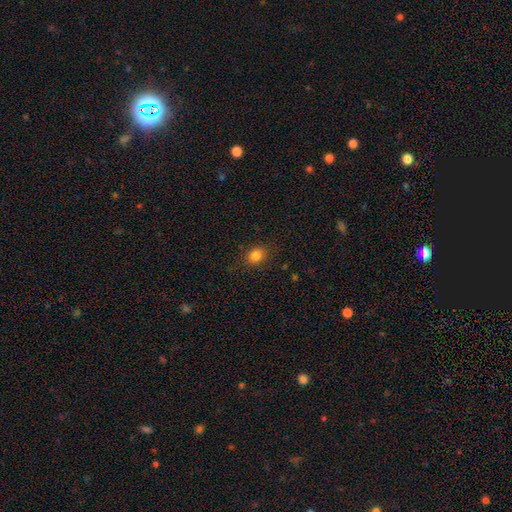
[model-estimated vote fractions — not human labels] smooth 83%, star or artifact 12%, featured or disk 6%. Down the decision tree: how rounded — round (55%); merging — none (85%).